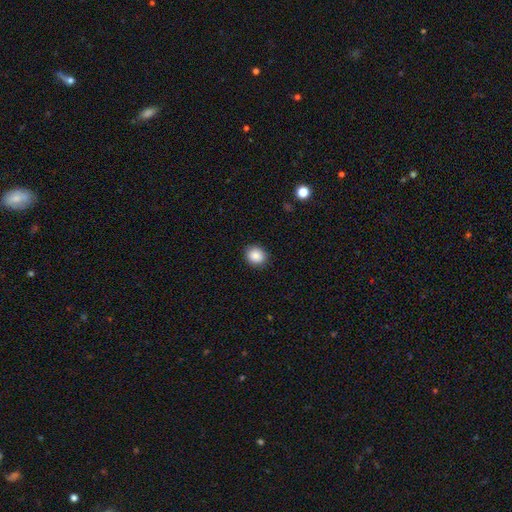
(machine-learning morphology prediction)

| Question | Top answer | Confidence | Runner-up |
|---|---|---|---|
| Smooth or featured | smooth | 87% | star or artifact (9%) |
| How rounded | round | 75% | in between (24%) |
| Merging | none | 90% | minor disturbance (7%) |